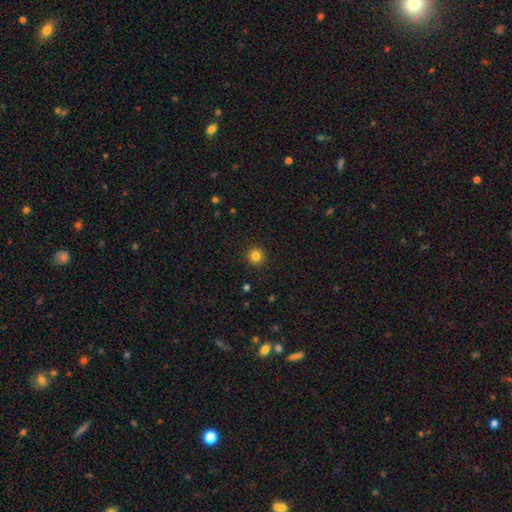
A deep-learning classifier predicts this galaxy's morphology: The model was most divided on "smooth or featured": smooth: 83%, star or artifact: 12%, featured or disk: 5%. More confident: how rounded — round (94%); merging — none (92%).